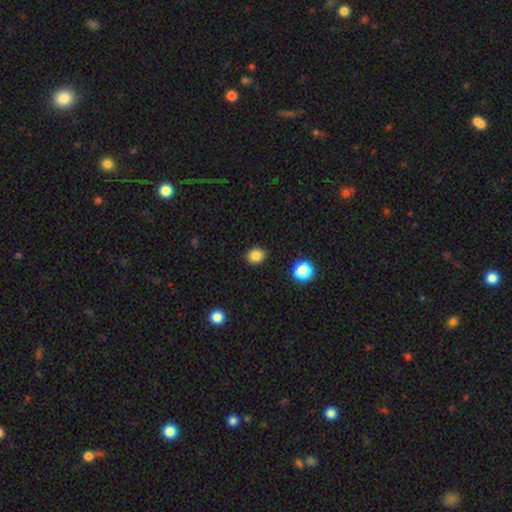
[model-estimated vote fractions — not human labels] This appears to be a smooth galaxy with no disk features (83%) that is round (65%). Merging: none (89%).